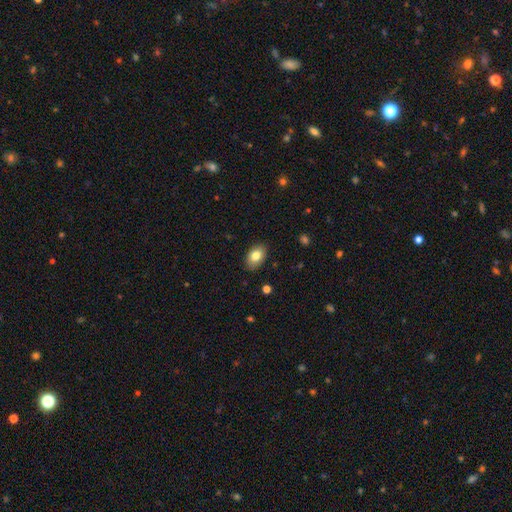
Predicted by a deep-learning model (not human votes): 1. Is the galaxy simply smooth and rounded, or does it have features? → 82% smooth, 10% featured or disk, 8% star or artifact.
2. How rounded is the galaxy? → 88% in between, 11% round, 1% cigar-shaped.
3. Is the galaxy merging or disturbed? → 87% none, 10% minor disturbance, 2% major disturbance, 1% merger.